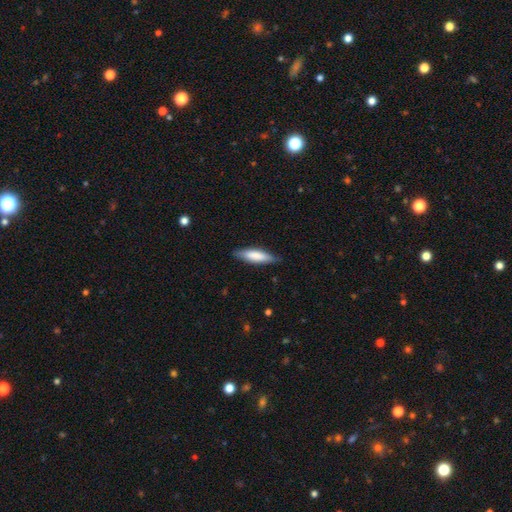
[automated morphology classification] type=smooth (74%); roundness=cigar-shaped (65%); merging=none (83%).